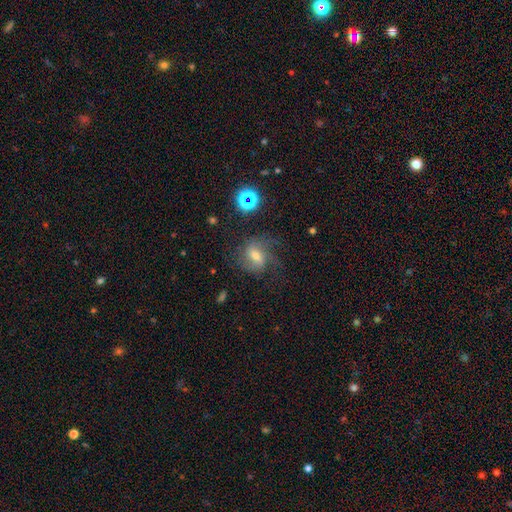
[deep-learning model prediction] featured or disk 61%, smooth 22%, star or artifact 18%. Down the decision tree: edge-on disk — no (96%); bar — weak (49%); spiral arms — yes (89%); spiral arm count — 2 (45%); spiral winding — medium (45%); bulge size — moderate (55%); merging — none (55%).